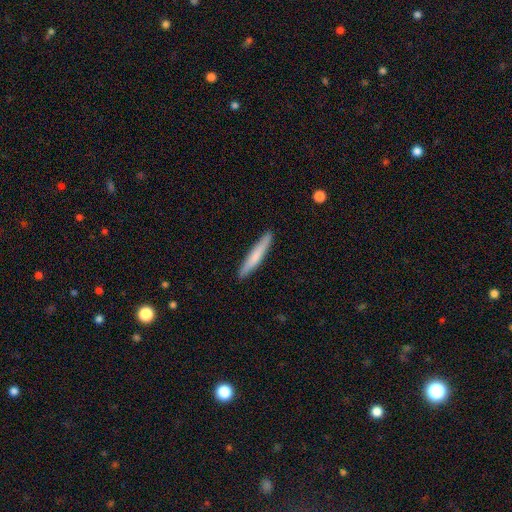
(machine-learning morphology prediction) The model was most divided on "smooth or featured": smooth: 69%, featured or disk: 26%, star or artifact: 5%. More confident: how rounded — cigar-shaped (95%); merging — none (91%).